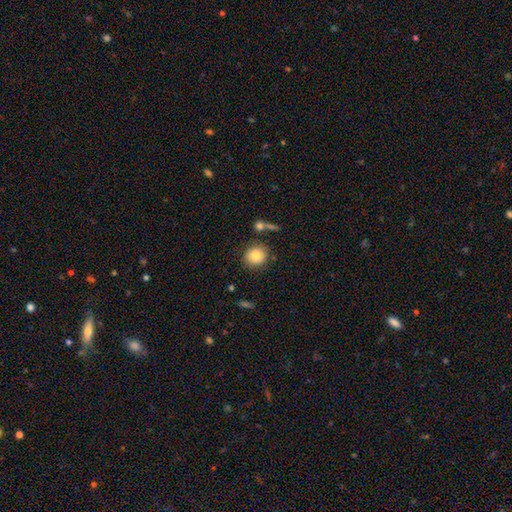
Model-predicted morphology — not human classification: Q: Smooth or featured?
A: smooth (82%); runner-up: featured or disk (9%)
Q: How rounded?
A: round (80%); runner-up: in between (19%)
Q: Merging?
A: none (81%); runner-up: minor disturbance (10%)